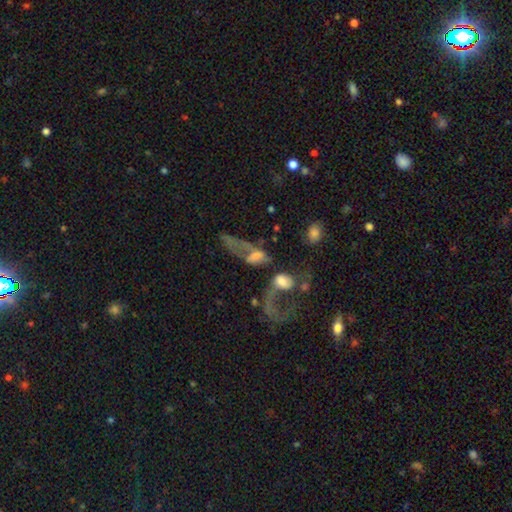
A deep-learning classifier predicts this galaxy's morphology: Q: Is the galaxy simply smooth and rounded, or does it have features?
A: featured or disk — 49%.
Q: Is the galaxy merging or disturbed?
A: merger — 42%.